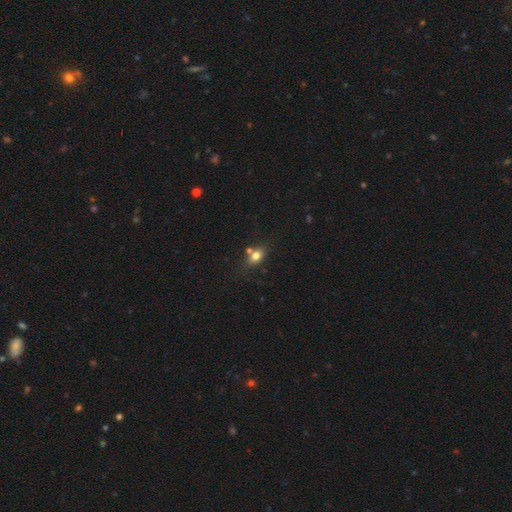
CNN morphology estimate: type=smooth (77%); roundness=in between (68%); merging=none (61%).